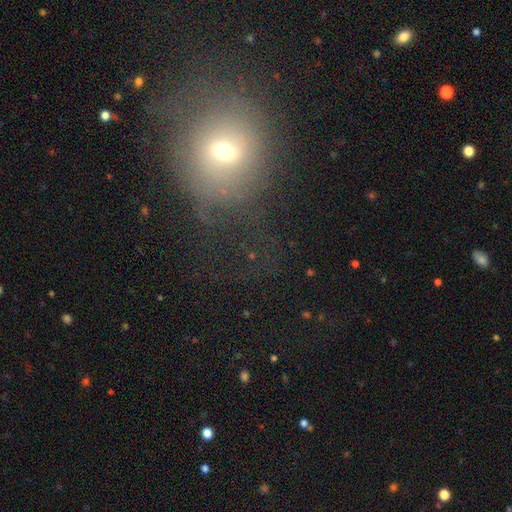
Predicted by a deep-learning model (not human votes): Overall: smooth (47%; star or artifact 39%). Merging: none (61%).